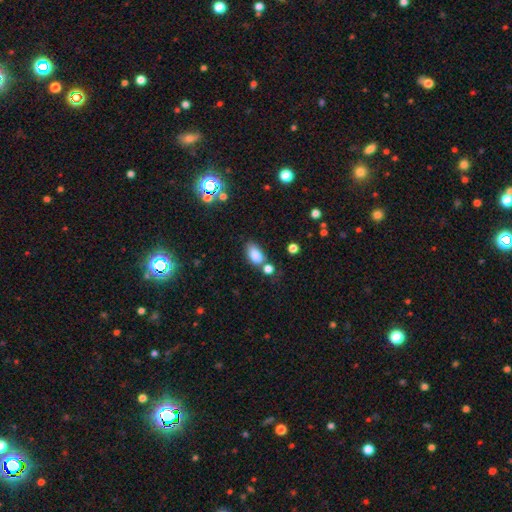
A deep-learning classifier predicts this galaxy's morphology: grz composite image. It shows a smooth galaxy with no disk features (80%) that is in between round and cigar-shaped (87%). Merging: none (55%).